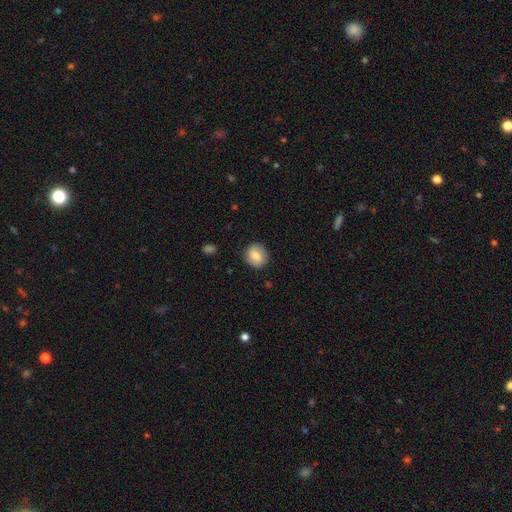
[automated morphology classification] A smooth galaxy with no disk features (77%) that is round (82%). Merging: none (87%).